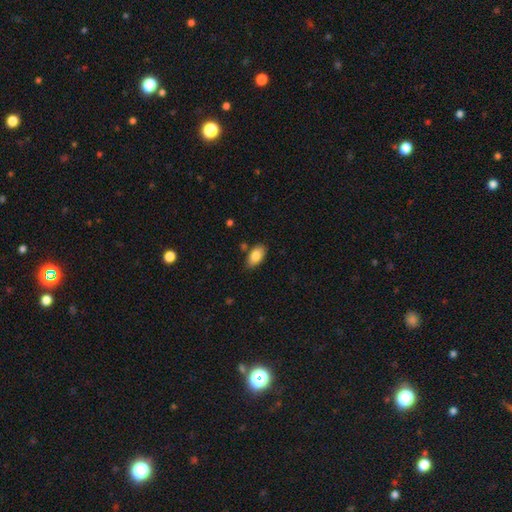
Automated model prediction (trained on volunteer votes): A smooth galaxy with no disk features (83%) that is in between round and cigar-shaped (93%). Merging: none (81%).